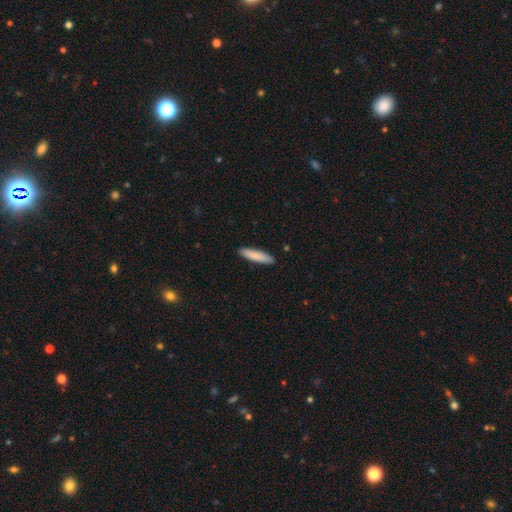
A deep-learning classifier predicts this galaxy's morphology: A smooth galaxy with no disk features (86%) that is cigar-shaped (80%). Merging: none (90%).